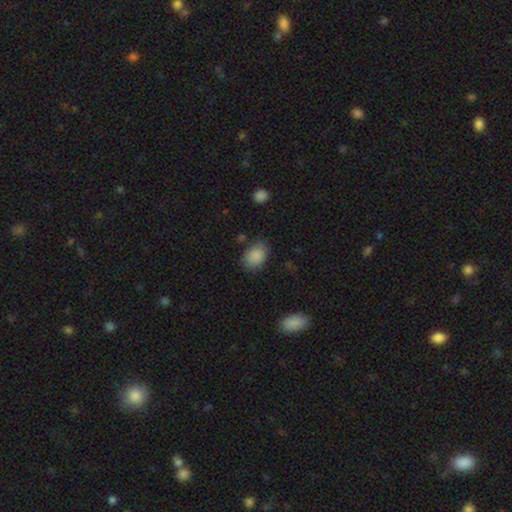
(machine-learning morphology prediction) Overall: smooth (88%). How rounded: in between (74%). Merging: none (76%).